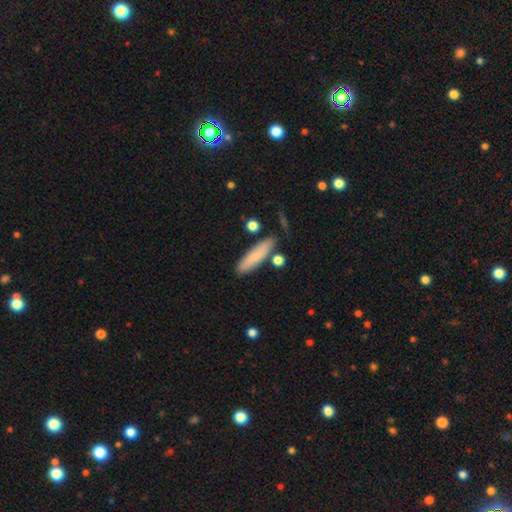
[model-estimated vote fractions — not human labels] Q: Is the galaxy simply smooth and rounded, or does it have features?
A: smooth — 80%.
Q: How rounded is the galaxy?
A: cigar-shaped — 76%.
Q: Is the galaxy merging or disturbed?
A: none — 80%.